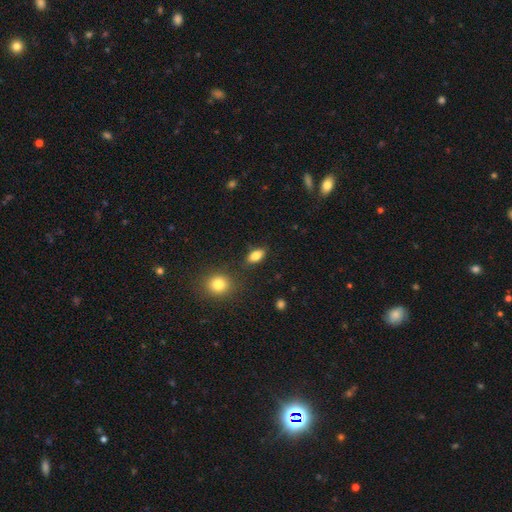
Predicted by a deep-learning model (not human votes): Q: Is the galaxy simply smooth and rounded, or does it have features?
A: smooth — 81%.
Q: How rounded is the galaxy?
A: in between — 88%.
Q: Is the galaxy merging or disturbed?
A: none — 83%.